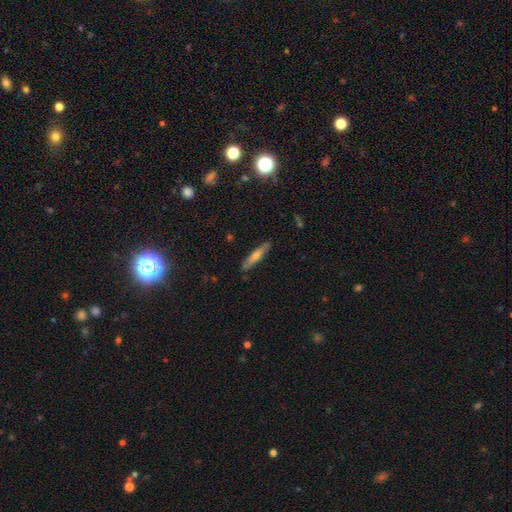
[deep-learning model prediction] The model was most divided on "smooth or featured": smooth: 52%, featured or disk: 39%, star or artifact: 8%. More confident: how rounded — cigar-shaped (88%); merging — none (88%).